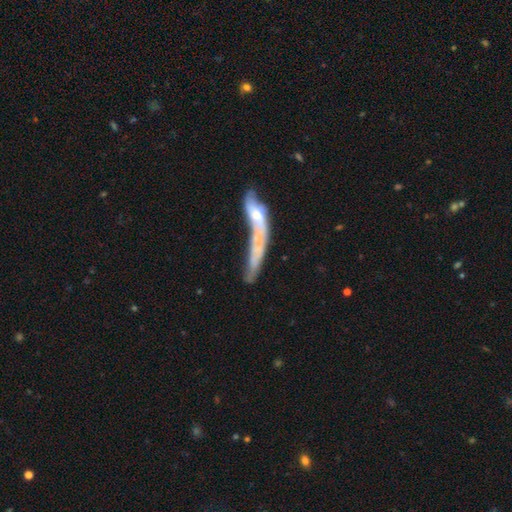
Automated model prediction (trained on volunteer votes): The model was most divided on "smooth or featured": featured or disk: 48%, smooth: 44%, star or artifact: 8%. Remaining: merging — merger (41%).